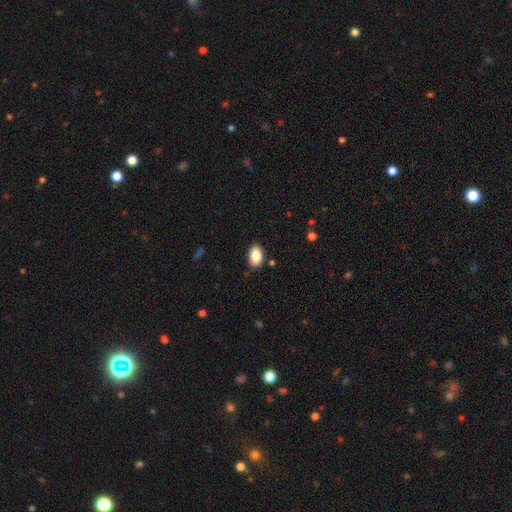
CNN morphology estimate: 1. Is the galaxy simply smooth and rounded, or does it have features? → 87% smooth, 7% star or artifact, 6% featured or disk.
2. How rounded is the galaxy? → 90% in between, 9% round, 1% cigar-shaped.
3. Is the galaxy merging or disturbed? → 87% none, 10% minor disturbance, 2% major disturbance, 1% merger.